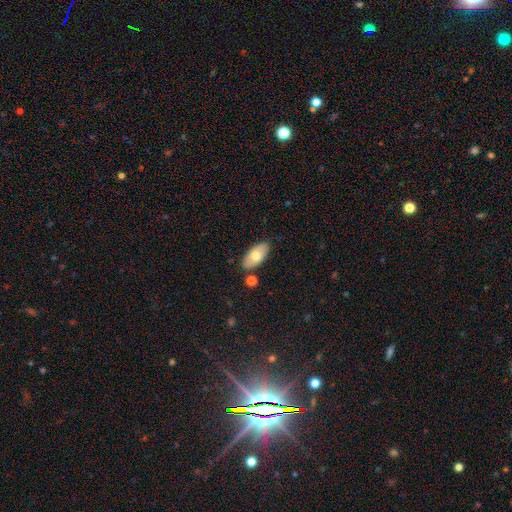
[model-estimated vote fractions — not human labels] Smooth or featured? Predicted: smooth (p=0.70). How rounded? Predicted: in between (p=0.92). Merging? Predicted: none (p=0.82).